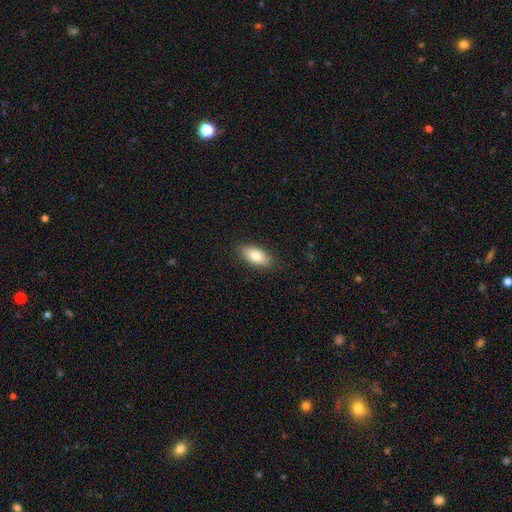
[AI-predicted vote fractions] smooth-or-featured: smooth: 81% | featured or disk: 13% | star or artifact: 7%
  how-rounded: in between: 88% | cigar-shaped: 9% | round: 3%
  merging: none: 88% | minor disturbance: 9% | major disturbance: 2% | merger: 1%